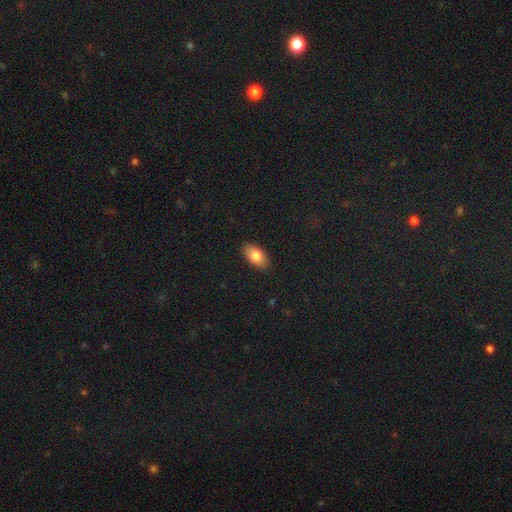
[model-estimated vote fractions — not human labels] smooth 82%, featured or disk 11%, star or artifact 7%. Down the decision tree: how rounded — in between (93%); merging — none (88%).